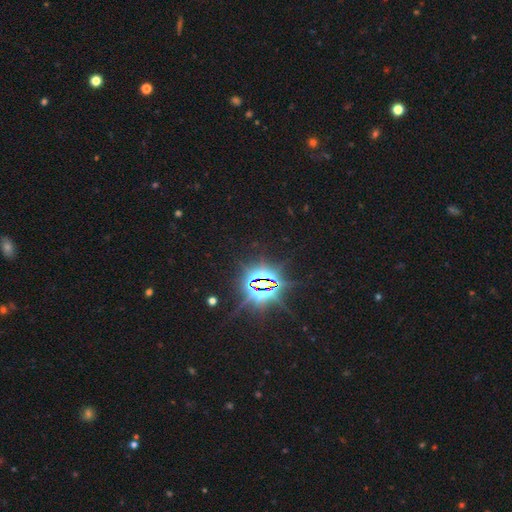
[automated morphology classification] This appears to be a star or artifact, not a galaxy (86%).